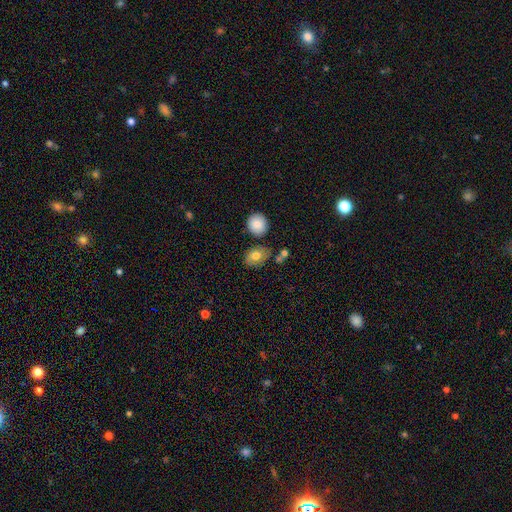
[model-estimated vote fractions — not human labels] smooth 78%, featured or disk 14%, star or artifact 8%. Down the decision tree: how rounded — in between (76%); merging — none (69%).